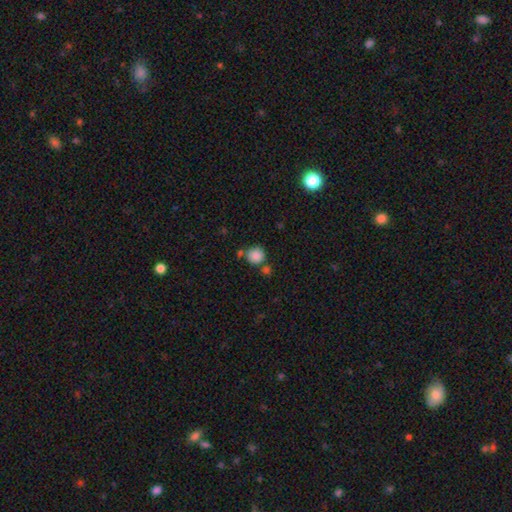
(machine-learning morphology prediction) Smooth or featured? smooth (86%)
How rounded? round (92%)
Merging? none (68%)